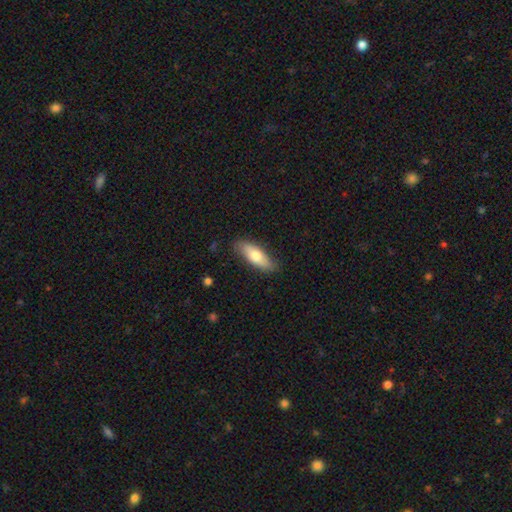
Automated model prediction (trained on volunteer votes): A smooth galaxy with no disk features (70%) that is in between round and cigar-shaped (63%). Merging: none (84%).